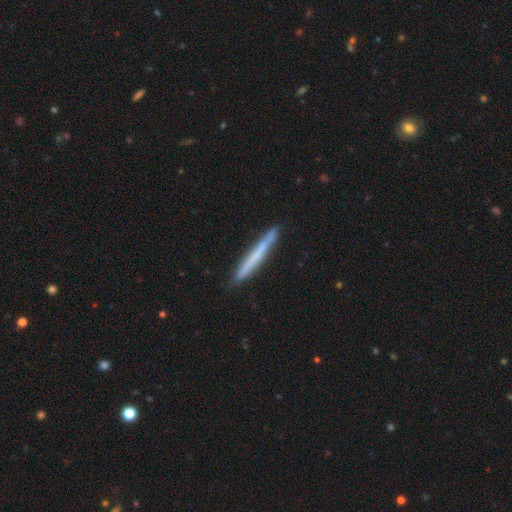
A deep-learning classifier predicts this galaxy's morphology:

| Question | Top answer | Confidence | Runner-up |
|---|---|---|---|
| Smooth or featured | smooth | 57% | featured or disk (38%) |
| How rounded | cigar-shaped | 97% | in between (2%) |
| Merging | none | 90% | minor disturbance (7%) |